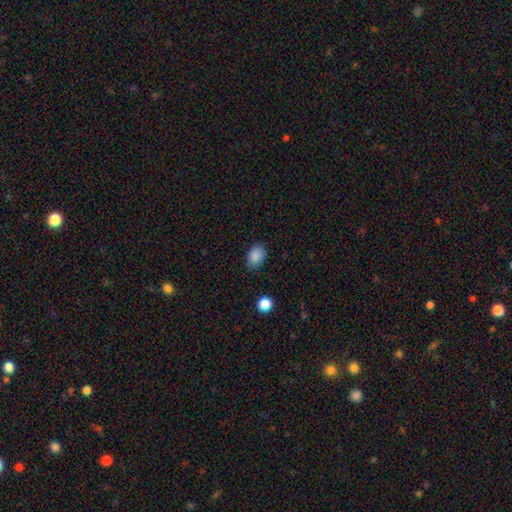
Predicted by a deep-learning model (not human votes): Q: Smooth or featured?
A: smooth (87%); runner-up: star or artifact (9%)
Q: How rounded?
A: in between (79%); runner-up: round (20%)
Q: Merging?
A: none (82%); runner-up: minor disturbance (14%)